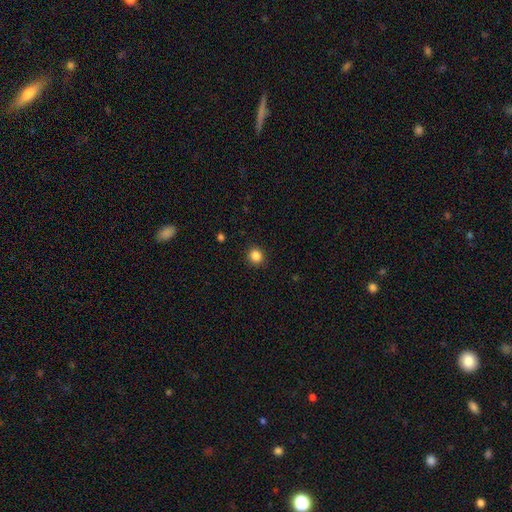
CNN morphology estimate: type=smooth (86%); roundness=round (86%); merging=none (90%).